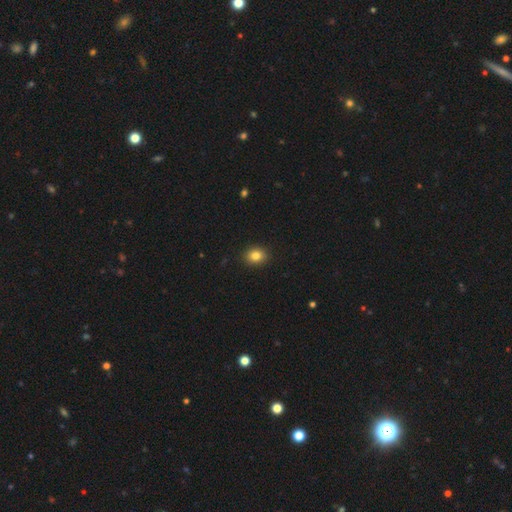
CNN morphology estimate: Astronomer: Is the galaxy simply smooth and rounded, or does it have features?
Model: smooth — 84%.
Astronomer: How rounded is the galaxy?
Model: round — 54% (runner-up: in between, 45%).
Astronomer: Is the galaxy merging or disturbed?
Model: none — 91%.